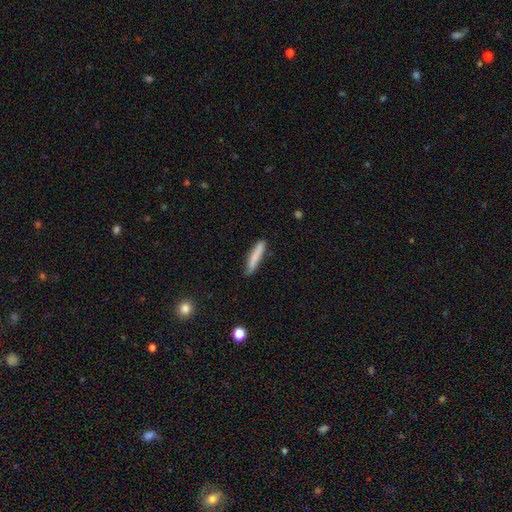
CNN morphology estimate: smooth-or-featured: smooth: 80% | featured or disk: 14% | star or artifact: 6%
  how-rounded: cigar-shaped: 91% | in between: 8% | round: 1%
  merging: none: 82% | minor disturbance: 14% | major disturbance: 2% | merger: 2%